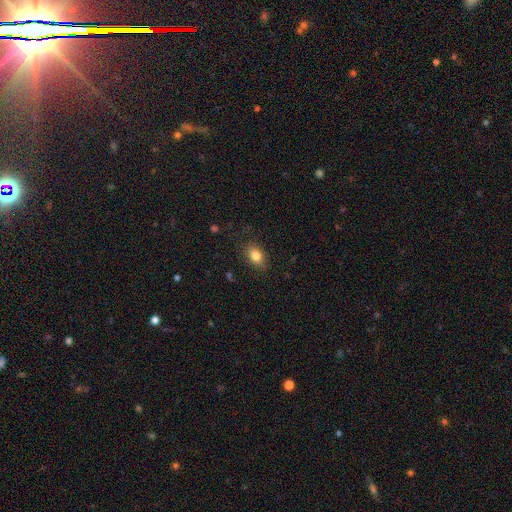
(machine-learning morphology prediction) type=smooth (82%); roundness=in between (80%); merging=none (84%).